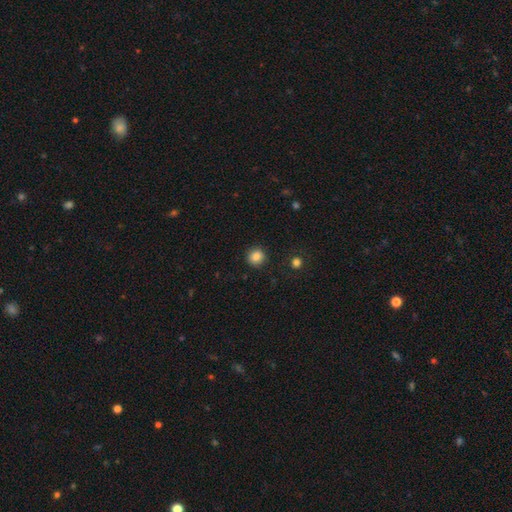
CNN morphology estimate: Smooth or featured?
  - smooth: 86% *
  - star or artifact: 10%
  - featured or disk: 4%
How rounded?
  - round: 91% *
  - in between: 8%
  - cigar-shaped: 1%
Merging?
  - none: 90% *
  - minor disturbance: 7%
  - major disturbance: 2%
  - merger: 1%